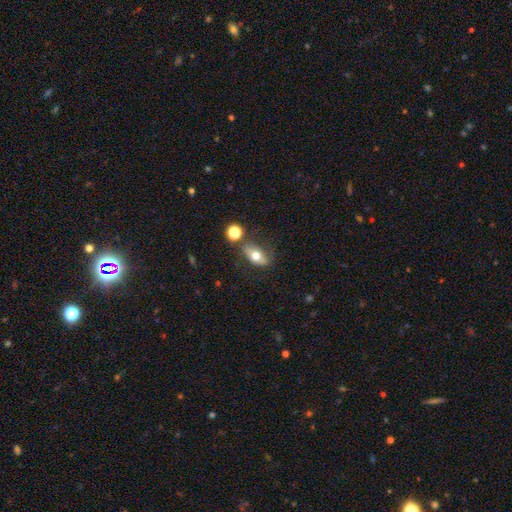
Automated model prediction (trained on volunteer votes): The model was most divided on "smooth or featured": smooth: 62%, featured or disk: 29%, star or artifact: 9%. More confident: how rounded — in between (79%); merging — none (68%).